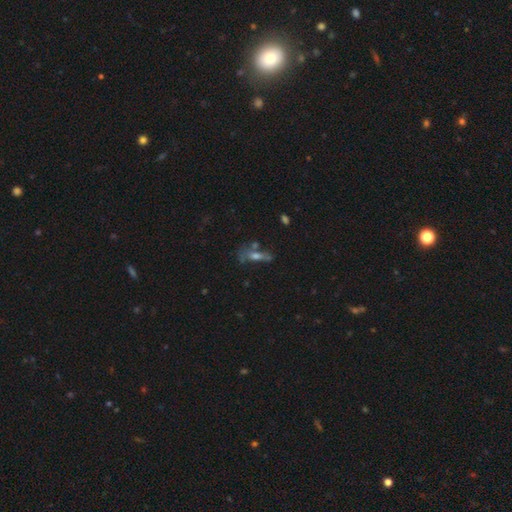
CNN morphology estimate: Smooth or featured: featured or disk — 45% (smooth — 37%)
Merging: none — 42% (major disturbance — 21%)